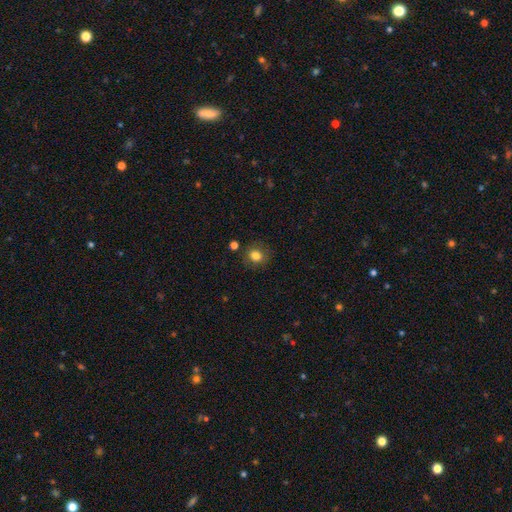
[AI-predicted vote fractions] A smooth galaxy with no disk features (81%) that is round (69%). Merging: none (83%).